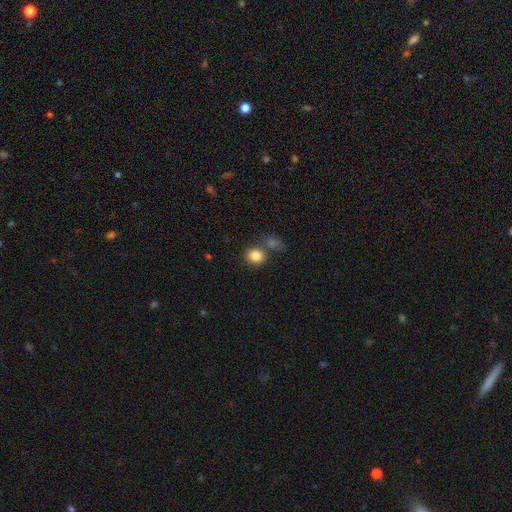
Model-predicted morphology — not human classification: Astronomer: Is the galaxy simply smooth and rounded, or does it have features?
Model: smooth — 84%.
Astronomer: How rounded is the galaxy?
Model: round — 76%.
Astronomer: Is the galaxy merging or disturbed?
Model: none — 63%.